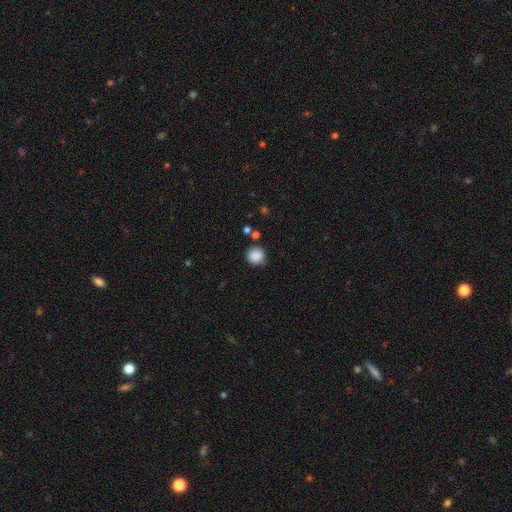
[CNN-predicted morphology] A smooth galaxy with no disk features (87%) that is round (92%).

Vote fractions:
- Smooth or featured? smooth: 87% / star or artifact: 9% / featured or disk: 3%
- How rounded? round: 92% / in between: 7% / cigar-shaped: 1%
- Merging? none: 79% / minor disturbance: 13% / merger: 5% / major disturbance: 3%